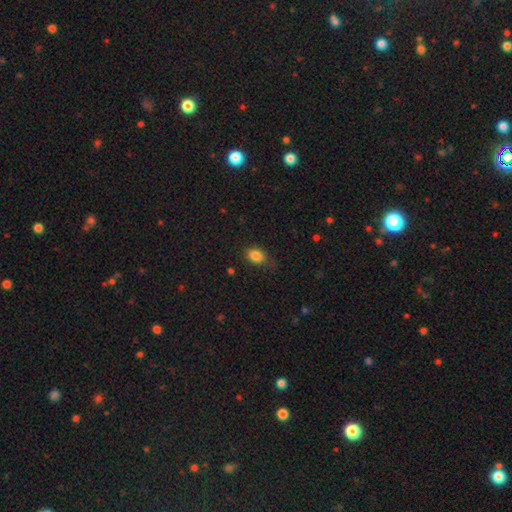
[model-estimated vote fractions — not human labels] Overall: smooth (84%). How rounded: in between (71%). Merging: none (71%).